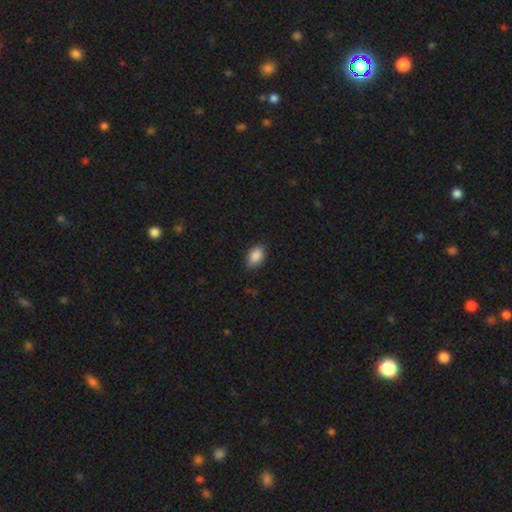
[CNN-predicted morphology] Smooth or featured?
  - smooth: 88% *
  - star or artifact: 8%
  - featured or disk: 5%
How rounded?
  - in between: 88% *
  - round: 10%
  - cigar-shaped: 2%
Merging?
  - none: 76% *
  - minor disturbance: 20%
  - major disturbance: 3%
  - merger: 1%